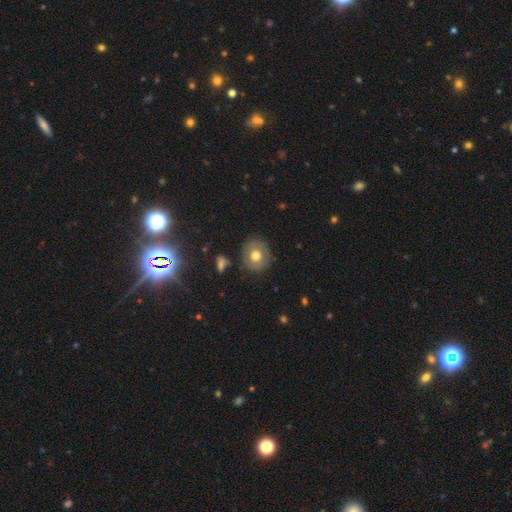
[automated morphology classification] Q: Smooth or featured?
A: smooth (66%); runner-up: featured or disk (25%)
Q: How rounded?
A: round (82%); runner-up: in between (17%)
Q: Merging?
A: none (85%); runner-up: minor disturbance (10%)